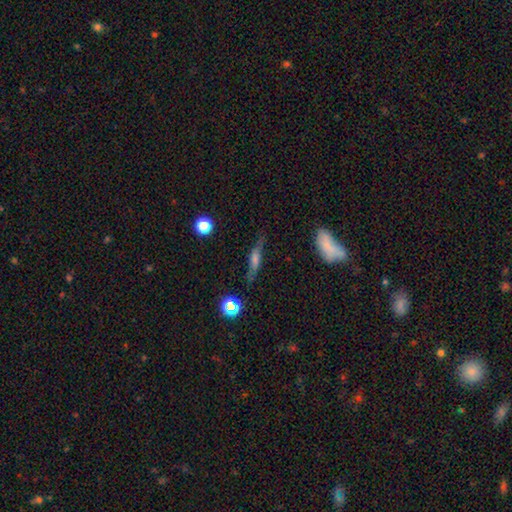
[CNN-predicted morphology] Overall: featured or disk (58%; smooth 28%). Edge-on disk: yes (85%). Merging: none (76%).